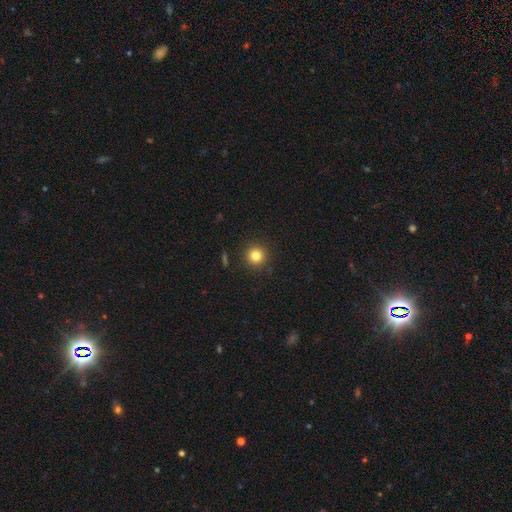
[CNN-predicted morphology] Smooth or featured?
  - smooth: 81% *
  - star or artifact: 12%
  - featured or disk: 6%
How rounded?
  - round: 95% *
  - in between: 4%
  - cigar-shaped: 1%
Merging?
  - none: 91% *
  - minor disturbance: 5%
  - major disturbance: 2%
  - merger: 1%